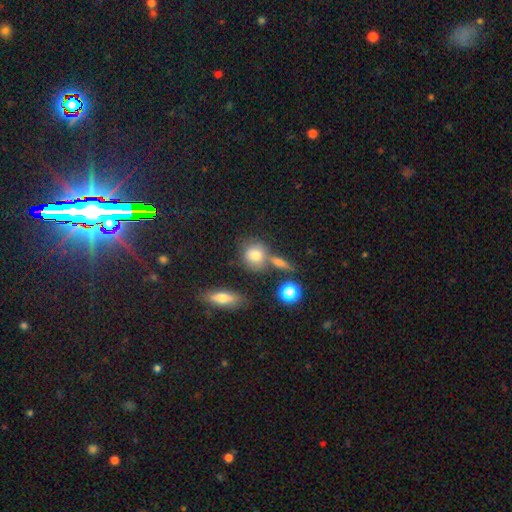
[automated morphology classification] This is likely a smooth galaxy (76%). How rounded: likely round (70%). Merging: possibly none (56%).